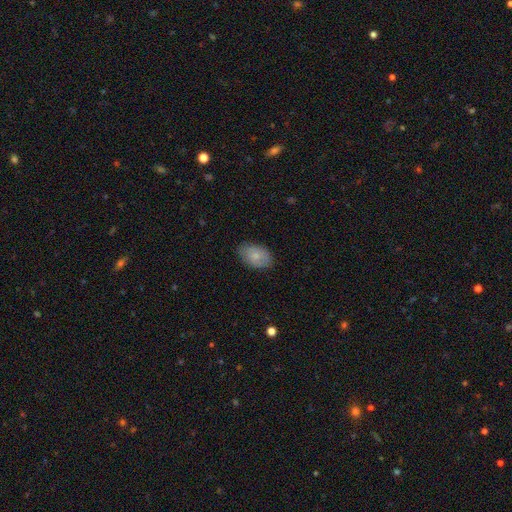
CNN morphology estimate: smooth_or_featured: smooth (p=0.78) [alt: featured or disk p=0.16]
how_rounded: in between (p=0.90) [alt: round p=0.09]
merging: none (p=0.79) [alt: minor disturbance p=0.17]